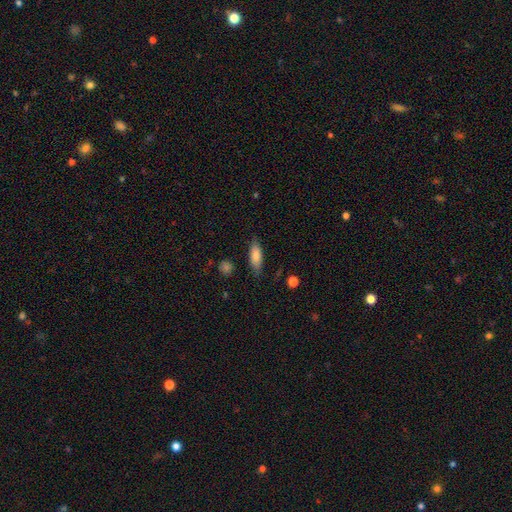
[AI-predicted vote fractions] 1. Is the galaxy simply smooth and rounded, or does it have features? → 79% smooth, 15% featured or disk, 7% star or artifact.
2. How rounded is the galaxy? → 61% in between, 37% cigar-shaped, 2% round.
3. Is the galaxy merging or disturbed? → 81% none, 15% minor disturbance, 3% major disturbance, 2% merger.